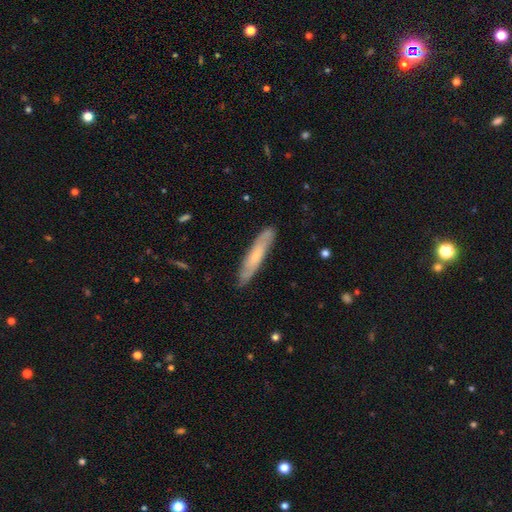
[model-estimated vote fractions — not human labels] Smooth or featured?
  - featured or disk: 49% *
  - smooth: 45%
  - star or artifact: 6%
Merging?
  - none: 85% *
  - minor disturbance: 12%
  - major disturbance: 2%
  - merger: 1%